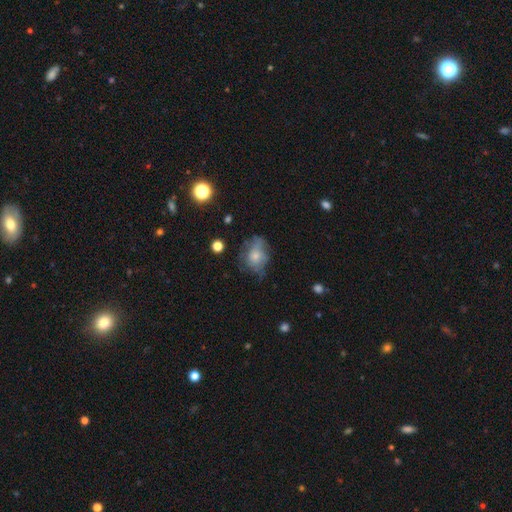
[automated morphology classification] The model was most divided on "merging": none: 45%, minor disturbance: 32%, major disturbance: 21%, merger: 2%. More confident: smooth or featured — smooth (59%); how rounded — in between (58%).